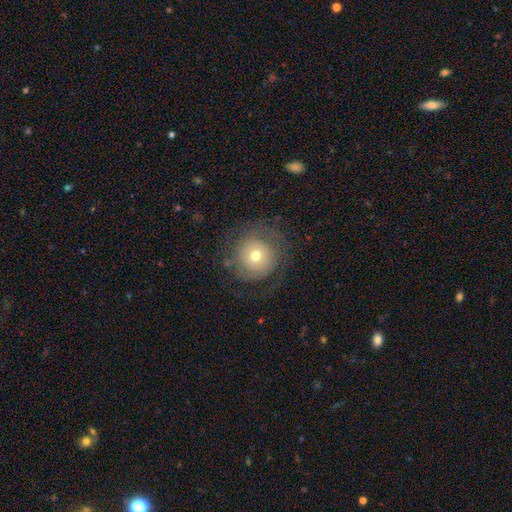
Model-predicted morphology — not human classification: Q: Smooth or featured?
A: smooth (54%); runner-up: featured or disk (35%)
Q: How rounded?
A: round (93%); runner-up: in between (6%)
Q: Merging?
A: none (72%); runner-up: minor disturbance (15%)